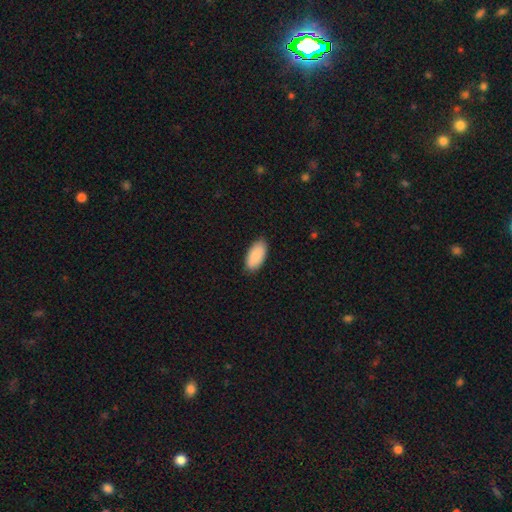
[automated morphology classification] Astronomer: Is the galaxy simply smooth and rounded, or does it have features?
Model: smooth — 91%.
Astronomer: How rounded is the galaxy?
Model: in between — 94%.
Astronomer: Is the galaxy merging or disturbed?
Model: none — 86%.